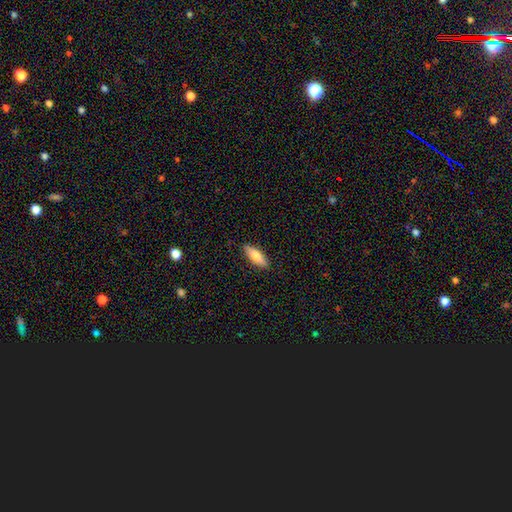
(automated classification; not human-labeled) Smooth or featured?
  - smooth: 74% *
  - featured or disk: 20%
  - star or artifact: 6%
How rounded?
  - in between: 57% *
  - cigar-shaped: 41%
  - round: 2%
Merging?
  - none: 88% *
  - minor disturbance: 9%
  - major disturbance: 2%
  - merger: 1%